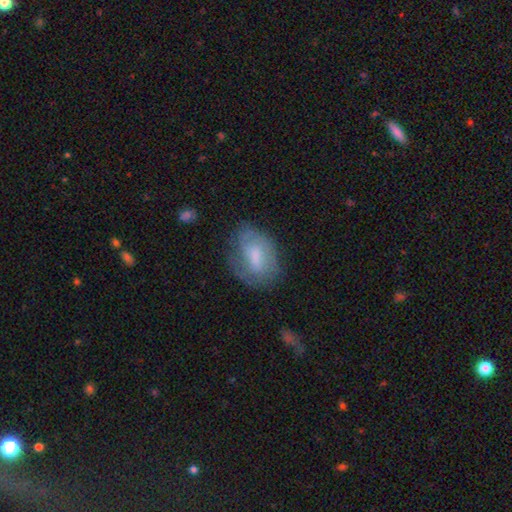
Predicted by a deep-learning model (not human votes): Smooth or featured?
  - smooth: 52% *
  - featured or disk: 41%
  - star or artifact: 8%
How rounded?
  - in between: 80% *
  - round: 18%
  - cigar-shaped: 2%
Merging?
  - none: 59% *
  - minor disturbance: 26%
  - major disturbance: 13%
  - merger: 2%